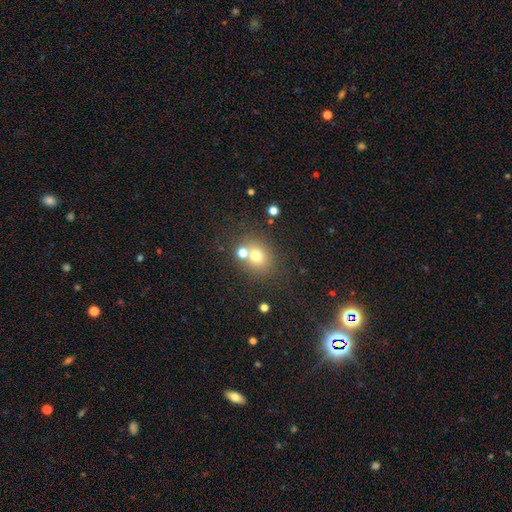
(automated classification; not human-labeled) This appears to be a smooth galaxy with no disk features (71%) that is round (73%). Merging: none (62%).